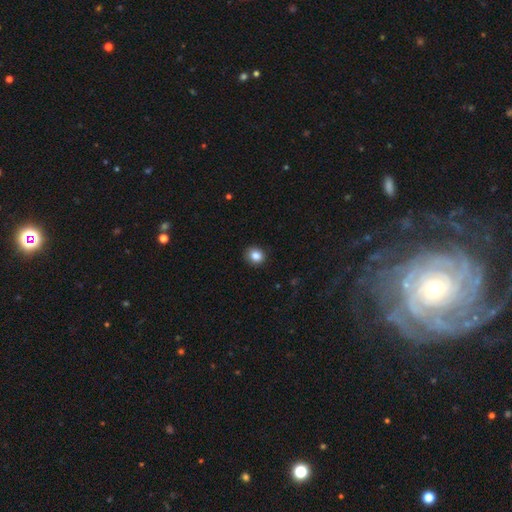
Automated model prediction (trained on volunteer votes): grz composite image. It shows a smooth galaxy with no disk features (85%) that is round (75%). Merging: none (88%).